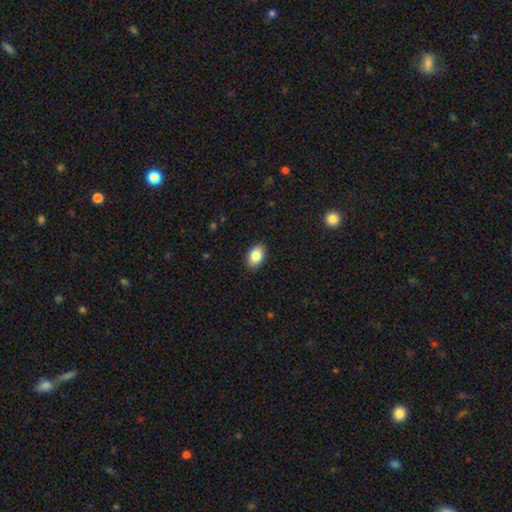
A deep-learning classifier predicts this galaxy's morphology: Smooth or featured?
  - smooth: 84% *
  - featured or disk: 8%
  - star or artifact: 8%
How rounded?
  - in between: 84% *
  - round: 15%
  - cigar-shaped: 1%
Merging?
  - none: 89% *
  - minor disturbance: 8%
  - major disturbance: 2%
  - merger: 1%